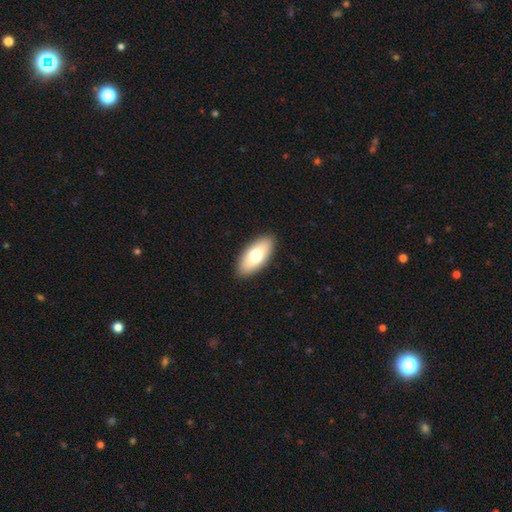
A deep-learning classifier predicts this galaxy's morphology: Smooth or featured? Predicted: smooth (p=0.73). How rounded? Predicted: in between (p=0.87). Merging? Predicted: none (p=0.90).